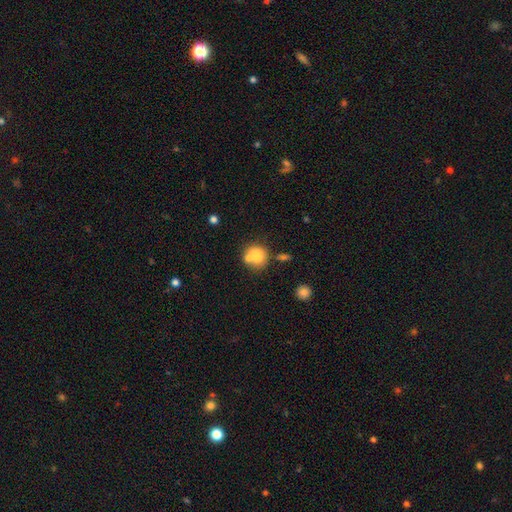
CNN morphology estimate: Overall: smooth (70%). How rounded: round (75%). Merging: merger (42%; none 41%).